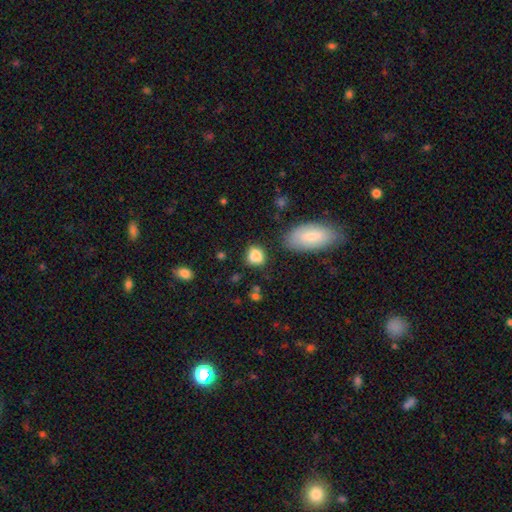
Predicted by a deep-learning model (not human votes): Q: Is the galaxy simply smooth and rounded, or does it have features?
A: smooth — 85%.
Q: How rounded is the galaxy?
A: round — 52%.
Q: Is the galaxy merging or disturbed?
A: none — 68%.